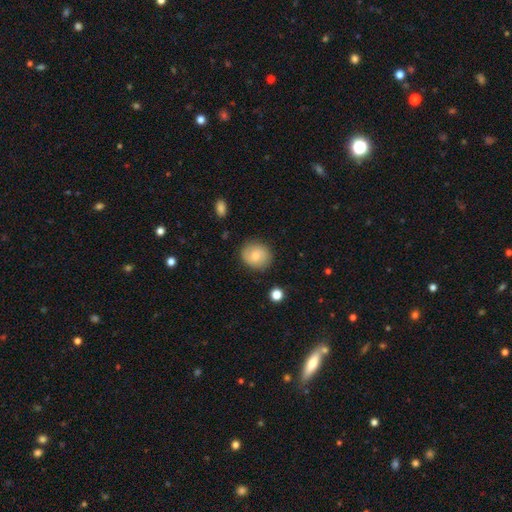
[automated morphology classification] smooth 73%, featured or disk 19%, star or artifact 8%. Down the decision tree: how rounded — round (76%); merging — none (84%).